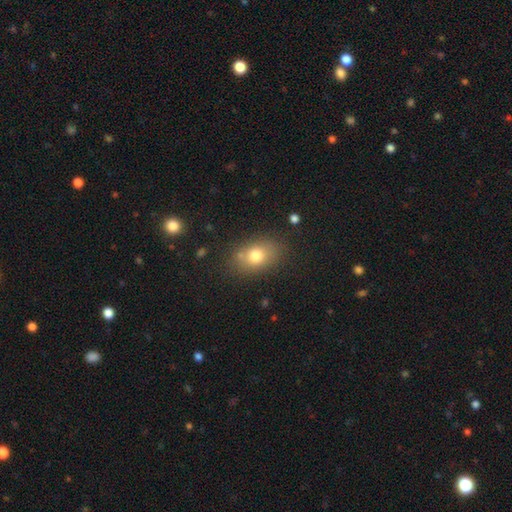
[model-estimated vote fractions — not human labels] A smooth galaxy with no disk features (76%) that is in between round and cigar-shaped (72%). Merging: none (77%).